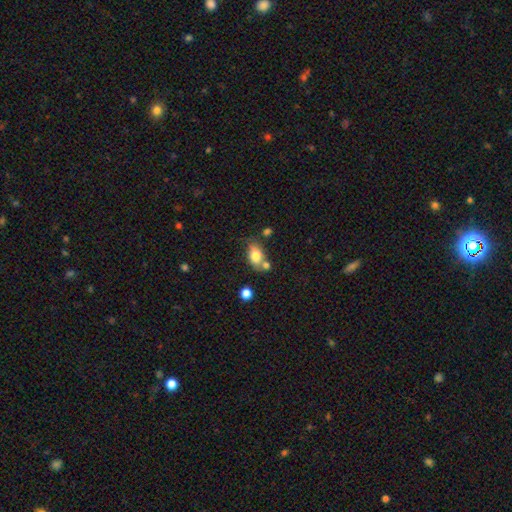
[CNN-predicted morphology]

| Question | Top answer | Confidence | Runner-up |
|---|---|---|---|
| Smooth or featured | smooth | 74% | featured or disk (16%) |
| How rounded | in between | 81% | round (16%) |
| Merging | none | 47% | merger (25%) |